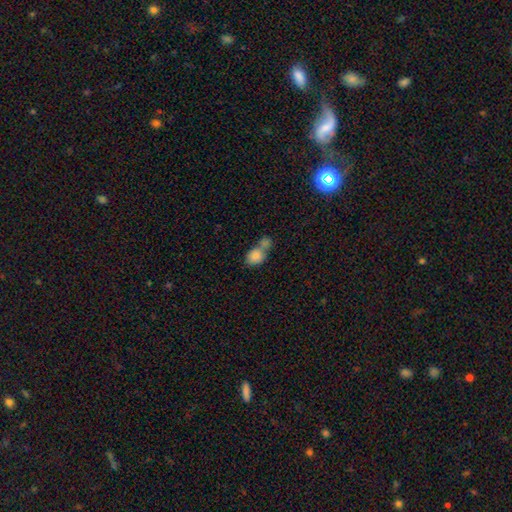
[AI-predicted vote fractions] smooth 82%, featured or disk 9%, star or artifact 8%. Down the decision tree: how rounded — in between (56%); merging — merger (62%).